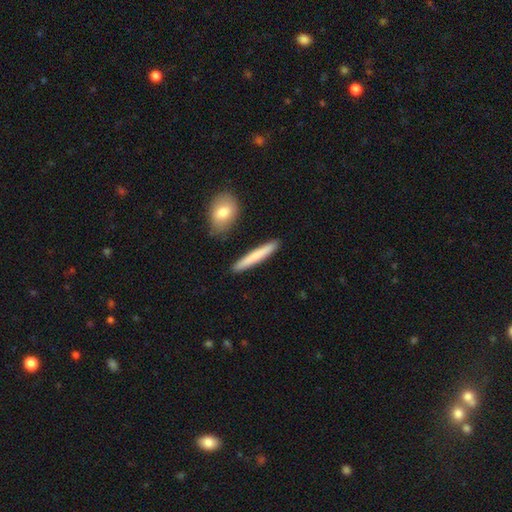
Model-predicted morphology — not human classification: Smooth or featured: smooth — 73% (featured or disk — 22%)
How rounded: cigar-shaped — 94% (in between — 4%)
Merging: none — 90% (minor disturbance — 6%)